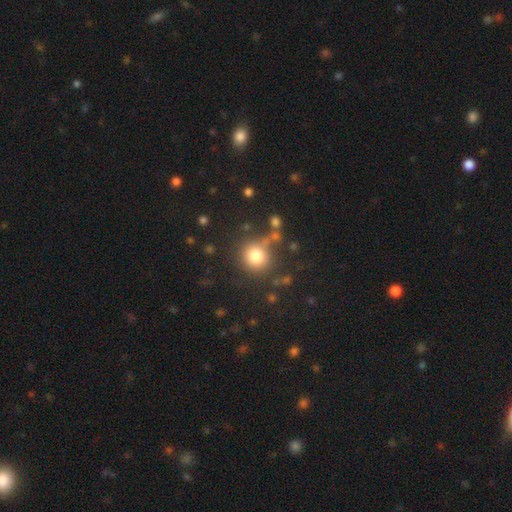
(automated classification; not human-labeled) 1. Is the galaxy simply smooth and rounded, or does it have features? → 80% smooth, 12% star or artifact, 8% featured or disk.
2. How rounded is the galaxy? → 90% round, 9% in between, 1% cigar-shaped.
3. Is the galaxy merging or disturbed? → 70% none, 14% minor disturbance, 8% merger, 8% major disturbance.